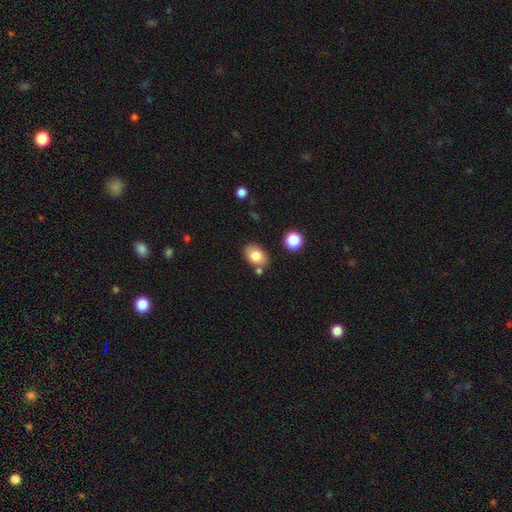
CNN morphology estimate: Smooth or featured?
  - smooth: 81% *
  - featured or disk: 10%
  - star or artifact: 8%
How rounded?
  - in between: 80% *
  - round: 19%
  - cigar-shaped: 1%
Merging?
  - none: 75% *
  - minor disturbance: 13%
  - merger: 9%
  - major disturbance: 3%